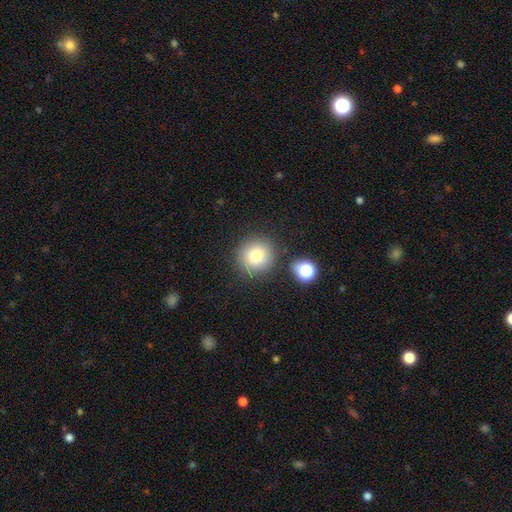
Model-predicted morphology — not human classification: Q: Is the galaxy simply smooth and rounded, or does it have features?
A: smooth — 79%.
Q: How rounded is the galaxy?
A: round — 93%.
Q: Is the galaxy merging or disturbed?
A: none — 83%.